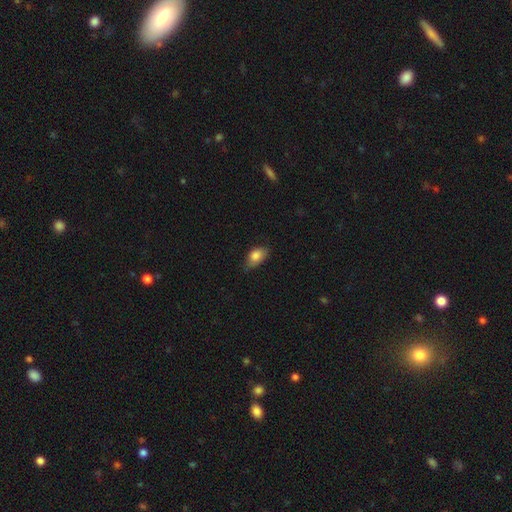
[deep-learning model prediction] Smooth or featured: smooth — 83% (featured or disk — 9%)
How rounded: in between — 88% (round — 10%)
Merging: none — 62% (minor disturbance — 31%)